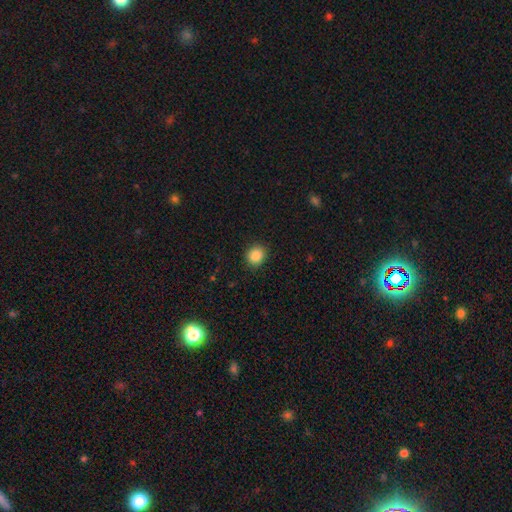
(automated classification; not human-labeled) This is clearly a smooth galaxy (87%). How rounded: likely round (78%). Merging: clearly none (90%).